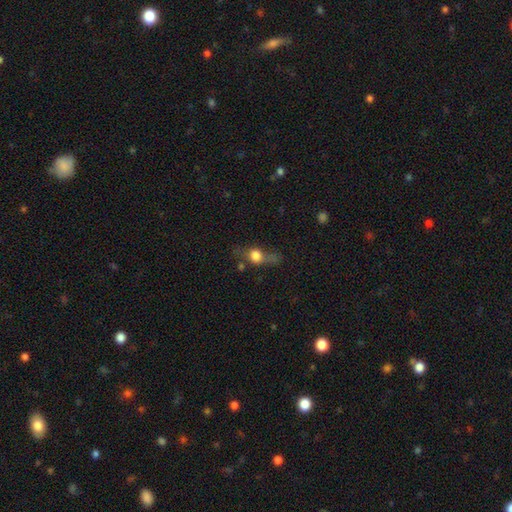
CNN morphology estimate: This is possibly a smooth galaxy (56%). How rounded: possibly round (47%). Merging: possibly none (46%).